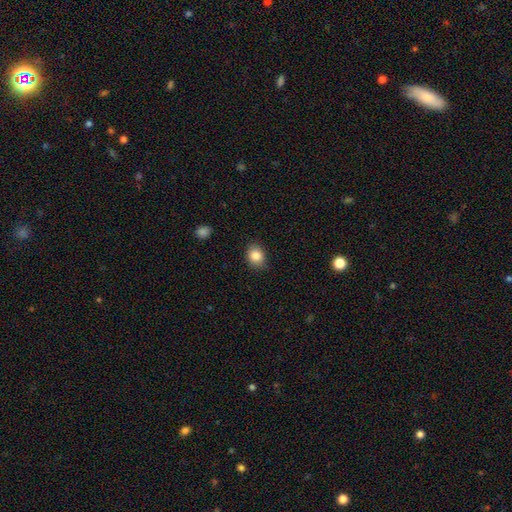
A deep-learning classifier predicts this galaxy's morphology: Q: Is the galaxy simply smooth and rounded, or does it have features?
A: smooth — 85%.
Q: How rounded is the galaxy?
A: round — 59%.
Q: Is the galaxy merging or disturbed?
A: none — 82%.